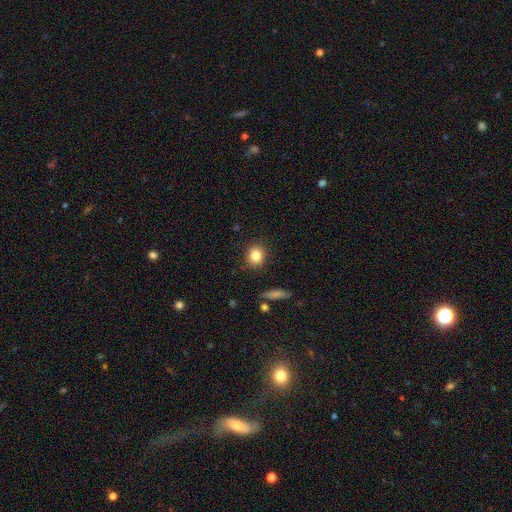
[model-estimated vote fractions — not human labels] A smooth galaxy with no disk features (83%) that is round (78%).

Vote fractions:
- Smooth or featured? smooth: 83% / star or artifact: 10% / featured or disk: 7%
- How rounded? round: 78% / in between: 21% / cigar-shaped: 1%
- Merging? none: 88% / minor disturbance: 8% / major disturbance: 2% / merger: 1%